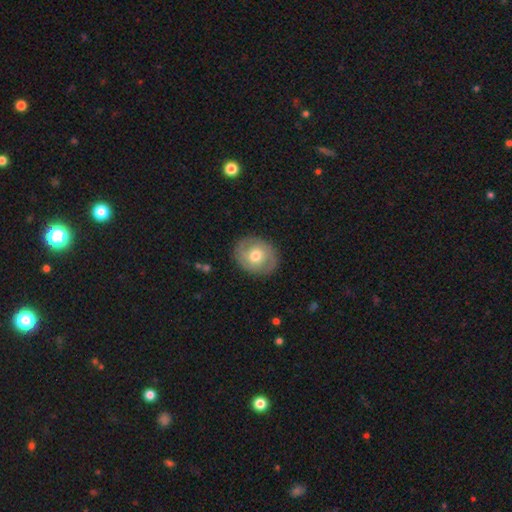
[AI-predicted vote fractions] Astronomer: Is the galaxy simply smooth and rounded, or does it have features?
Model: smooth — 53% (runner-up: featured or disk, 40%).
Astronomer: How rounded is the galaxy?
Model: round — 66%.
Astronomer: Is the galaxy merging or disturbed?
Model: none — 85%.